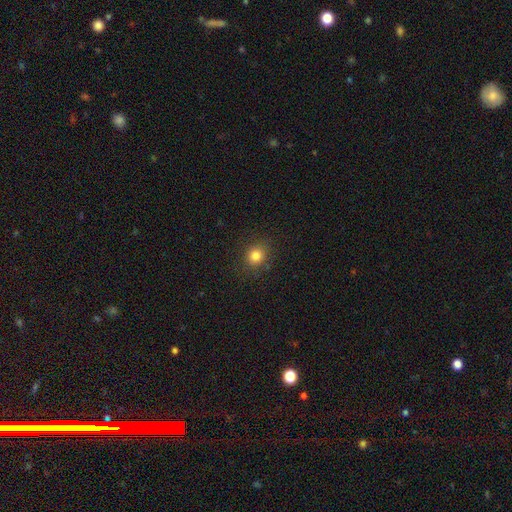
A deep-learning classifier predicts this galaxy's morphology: smooth_or_featured: smooth (p=0.81) [alt: star or artifact p=0.13]
how_rounded: round (p=0.78) [alt: in between p=0.21]
merging: none (p=0.87) [alt: minor disturbance p=0.09]